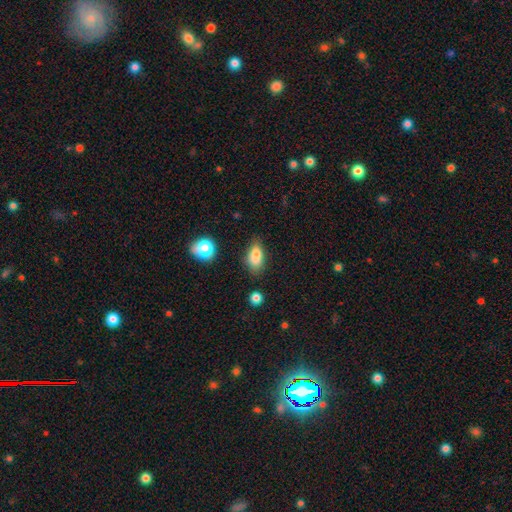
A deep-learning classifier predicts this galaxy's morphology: Smooth or featured? smooth (82%)
How rounded? in between (86%)
Merging? none (64%)